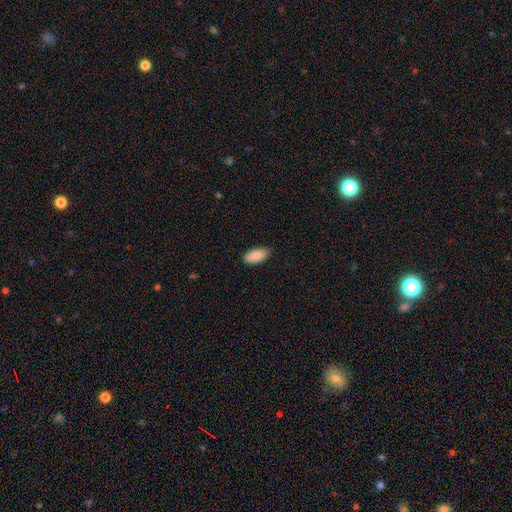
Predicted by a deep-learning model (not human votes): A smooth galaxy with no disk features (89%) that is in between round and cigar-shaped (92%).

Vote fractions:
- Smooth or featured? smooth: 89% / star or artifact: 6% / featured or disk: 4%
- How rounded? in between: 92% / cigar-shaped: 6% / round: 2%
- Merging? none: 83% / minor disturbance: 14% / major disturbance: 2% / merger: 1%